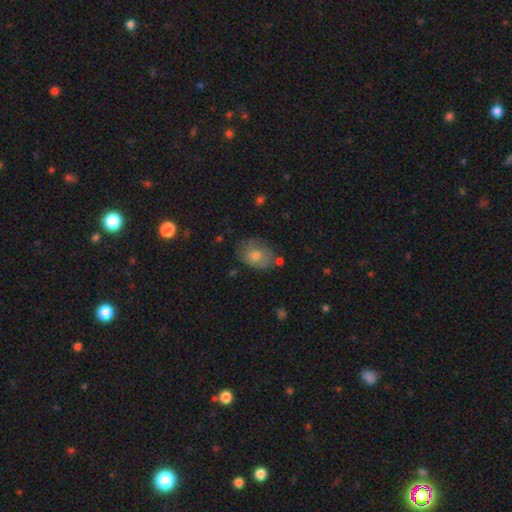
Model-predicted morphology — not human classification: Smooth or featured: smooth — 64% (featured or disk — 26%)
How rounded: in between — 66% (round — 33%)
Merging: none — 66% (minor disturbance — 23%)